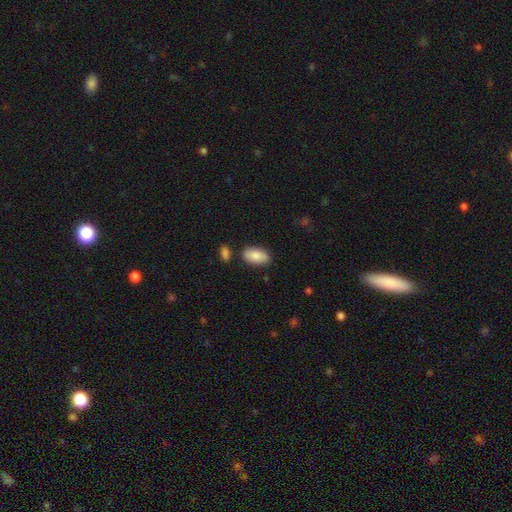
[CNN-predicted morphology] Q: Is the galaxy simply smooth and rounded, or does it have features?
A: smooth — 85%.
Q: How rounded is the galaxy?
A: in between — 94%.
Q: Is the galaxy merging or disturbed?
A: none — 80%.